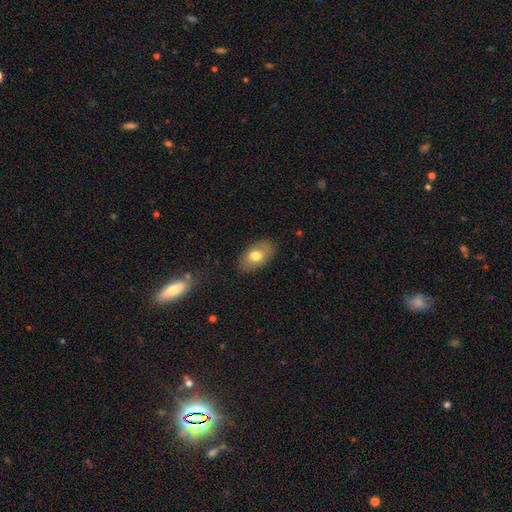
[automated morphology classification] type=smooth (72%); roundness=in between (91%); merging=none (84%).